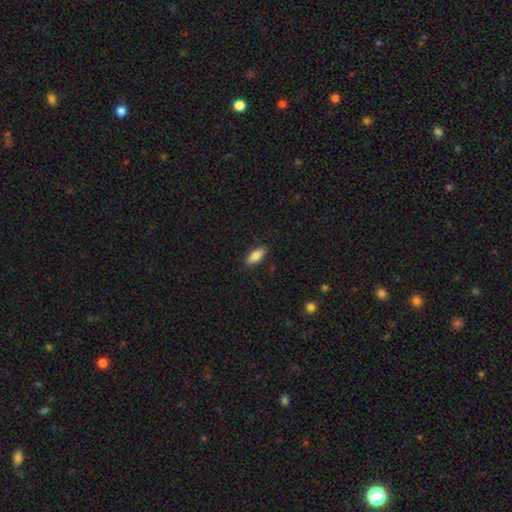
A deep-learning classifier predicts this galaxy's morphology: smooth 83%, featured or disk 10%, star or artifact 7%. Down the decision tree: how rounded — in between (83%); merging — none (86%).